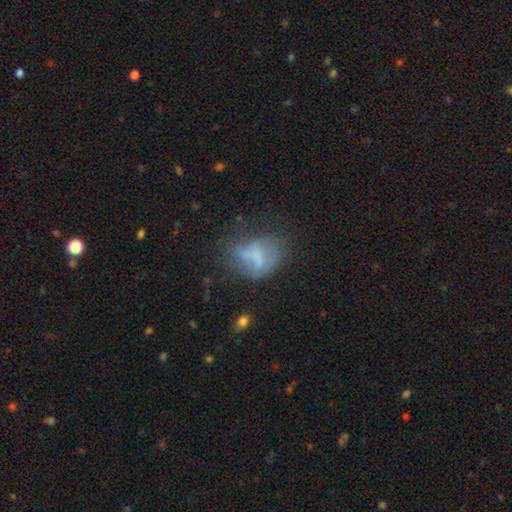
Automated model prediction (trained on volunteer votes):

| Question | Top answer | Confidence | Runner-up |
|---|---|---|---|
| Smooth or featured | smooth | 48% | featured or disk (39%) |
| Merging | none | 35% | major disturbance (28%) |